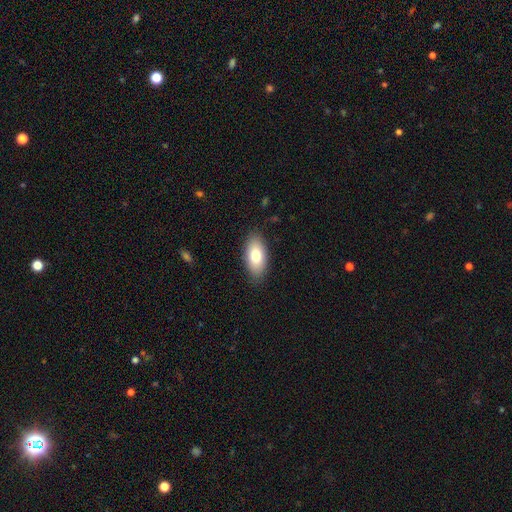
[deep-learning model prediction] The model was most divided on "smooth or featured": smooth: 79%, featured or disk: 14%, star or artifact: 7%. More confident: how rounded — in between (92%); merging — none (86%).